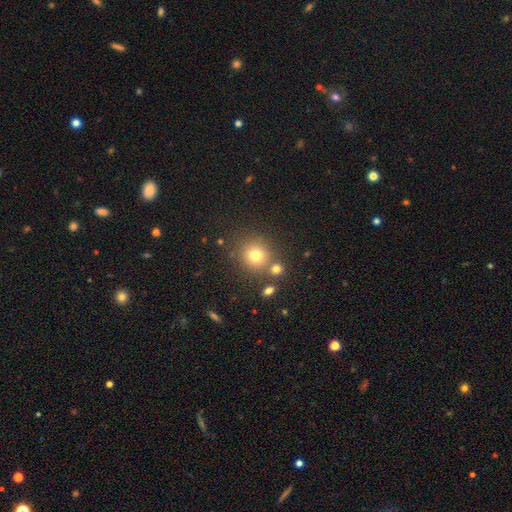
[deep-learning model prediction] smooth_or_featured: smooth (p=0.76) [alt: star or artifact p=0.15]
how_rounded: round (p=0.91) [alt: in between p=0.08]
merging: none (p=0.75) [alt: merger p=0.12]